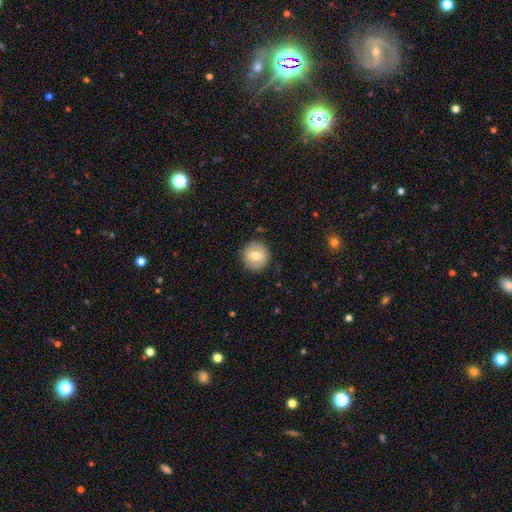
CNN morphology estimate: Q: Smooth or featured?
A: smooth (69%); runner-up: featured or disk (24%)
Q: How rounded?
A: round (92%); runner-up: in between (7%)
Q: Merging?
A: none (89%); runner-up: minor disturbance (7%)